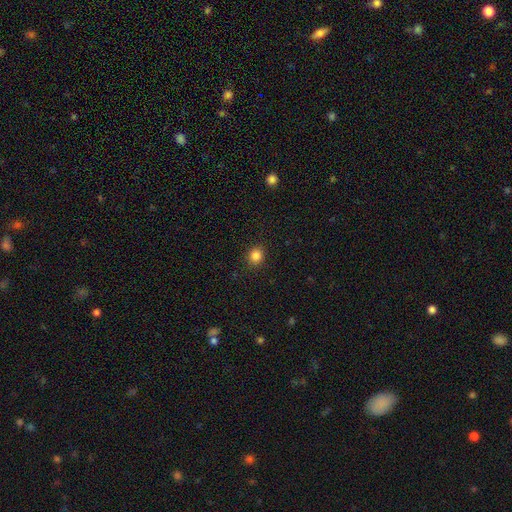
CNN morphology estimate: Q: Smooth or featured?
A: smooth (85%); runner-up: star or artifact (11%)
Q: How rounded?
A: round (83%); runner-up: in between (16%)
Q: Merging?
A: none (90%); runner-up: minor disturbance (7%)